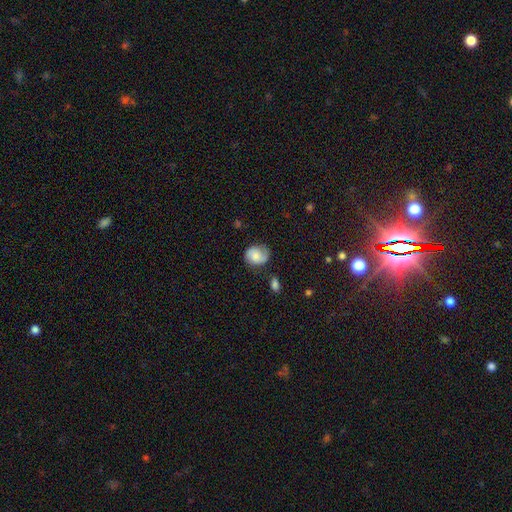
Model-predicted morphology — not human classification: The model was most divided on "smooth or featured": featured or disk: 47%, smooth: 44%, star or artifact: 8%. More confident: merging — none (69%).